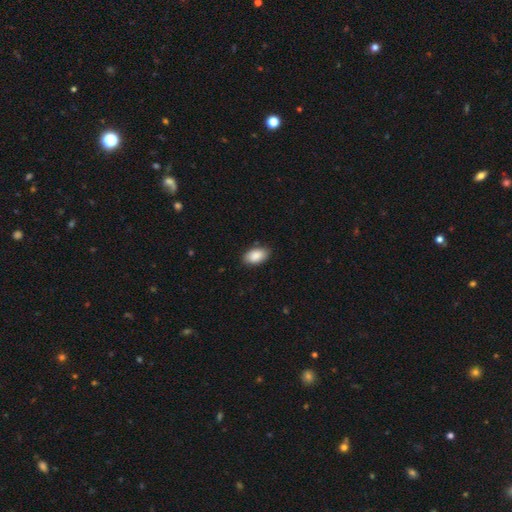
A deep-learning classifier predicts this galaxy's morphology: smooth 89%, star or artifact 6%, featured or disk 5%. Down the decision tree: how rounded — in between (93%); merging — none (84%).